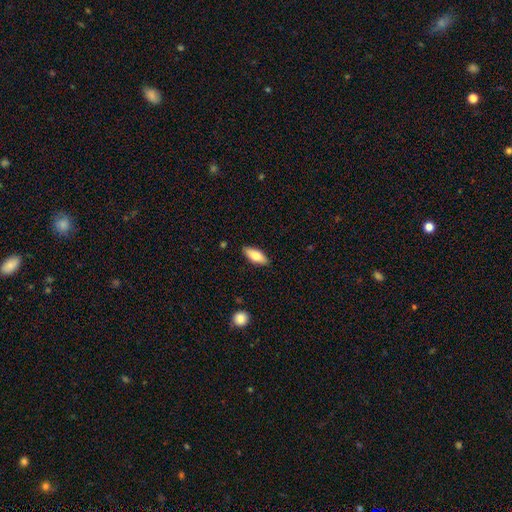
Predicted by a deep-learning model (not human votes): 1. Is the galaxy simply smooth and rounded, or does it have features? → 75% smooth, 19% featured or disk, 6% star or artifact.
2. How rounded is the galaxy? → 76% in between, 22% cigar-shaped, 2% round.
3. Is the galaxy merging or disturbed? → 87% none, 10% minor disturbance, 2% major disturbance, 1% merger.